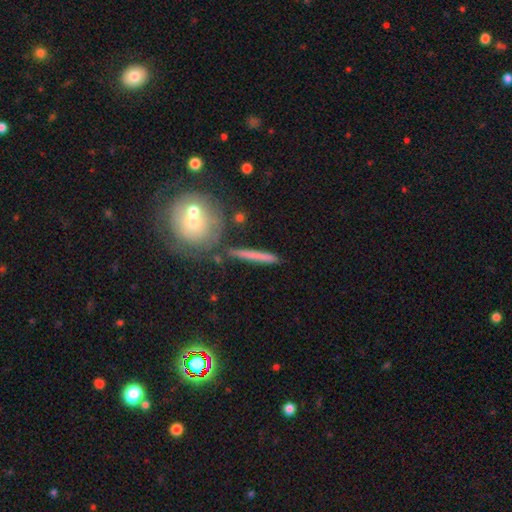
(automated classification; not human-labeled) smooth_or_featured: smooth (p=0.60) [alt: featured or disk p=0.32]
how_rounded: cigar-shaped (p=0.91) [alt: round p=0.04]
merging: none (p=0.84) [alt: minor disturbance p=0.09]